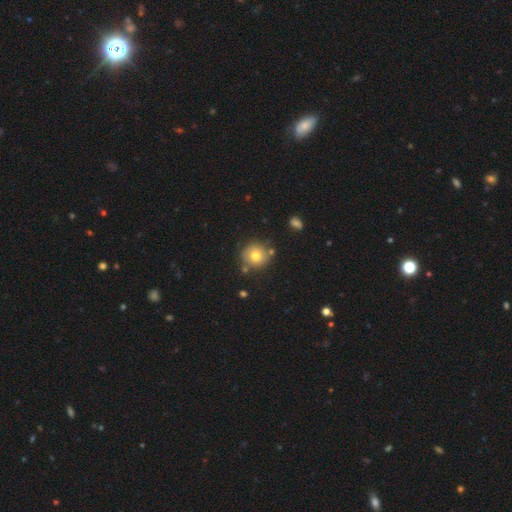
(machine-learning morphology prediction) smooth 75%, featured or disk 14%, star or artifact 11%. Down the decision tree: how rounded — round (91%); merging — none (78%).